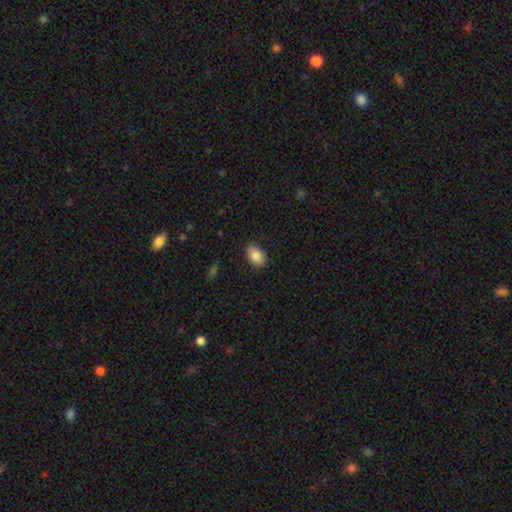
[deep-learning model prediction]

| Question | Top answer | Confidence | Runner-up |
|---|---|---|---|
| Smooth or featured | smooth | 83% | featured or disk (9%) |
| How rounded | in between | 87% | round (11%) |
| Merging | none | 84% | minor disturbance (13%) |